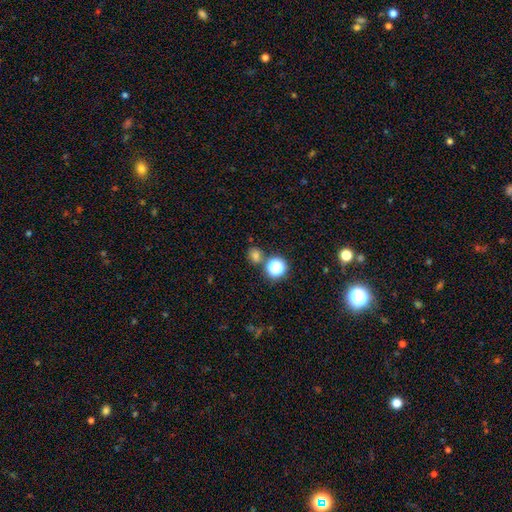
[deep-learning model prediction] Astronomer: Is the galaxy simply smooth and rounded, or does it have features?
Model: smooth — 65%.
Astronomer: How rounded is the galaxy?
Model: round — 78%.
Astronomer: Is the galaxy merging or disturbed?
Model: none — 75%.